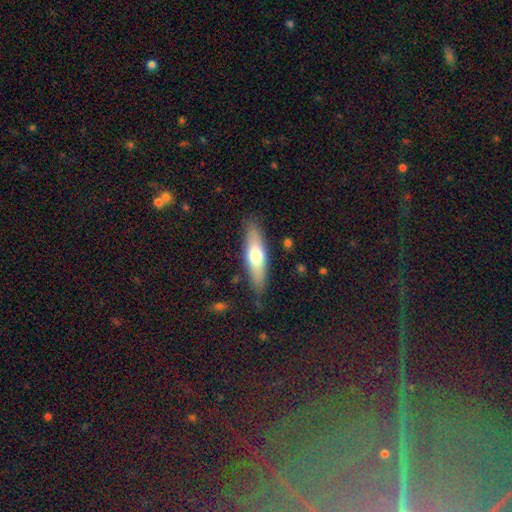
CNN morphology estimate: Overall: smooth (60%; featured or disk 34%). How rounded: cigar-shaped (62%; in between 36%). Merging: none (84%).